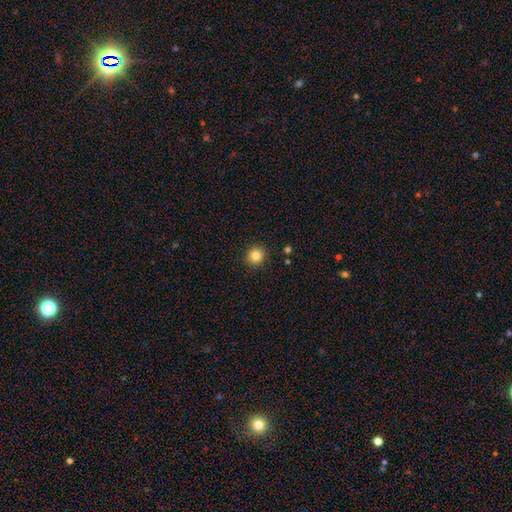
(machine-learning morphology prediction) Smooth or featured: smooth — 83% (star or artifact — 11%)
How rounded: round — 91% (in between — 8%)
Merging: none — 91% (minor disturbance — 6%)